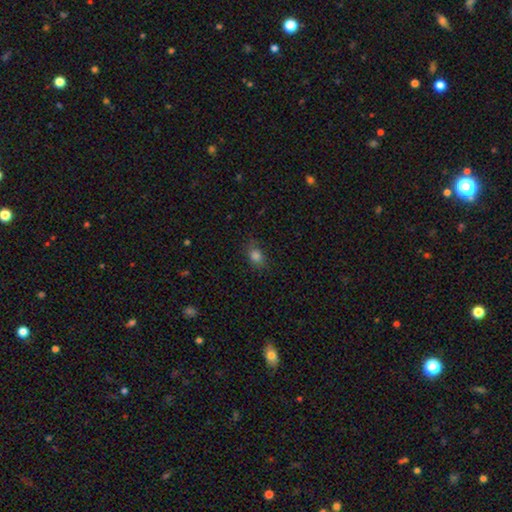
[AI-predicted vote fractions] Smooth or featured? Predicted: smooth (p=0.79). How rounded? Predicted: in between (p=0.59). Merging? Predicted: none (p=0.78).